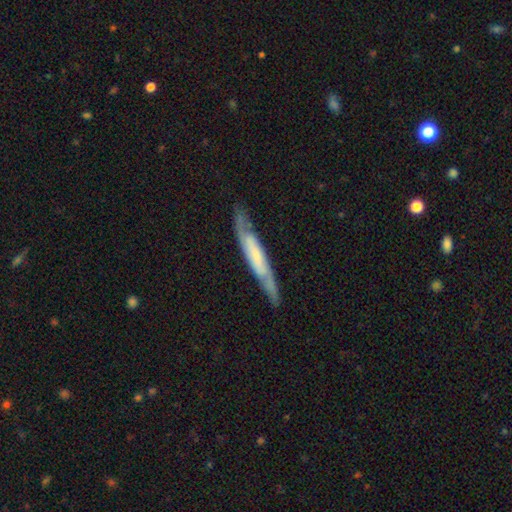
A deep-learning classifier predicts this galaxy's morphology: Smooth or featured?
  - featured or disk: 70% *
  - smooth: 25%
  - star or artifact: 5%
Edge-on disk?
  - yes: 54% *
  - no: 46%
Merging?
  - none: 78% *
  - minor disturbance: 16%
  - major disturbance: 4%
  - merger: 2%